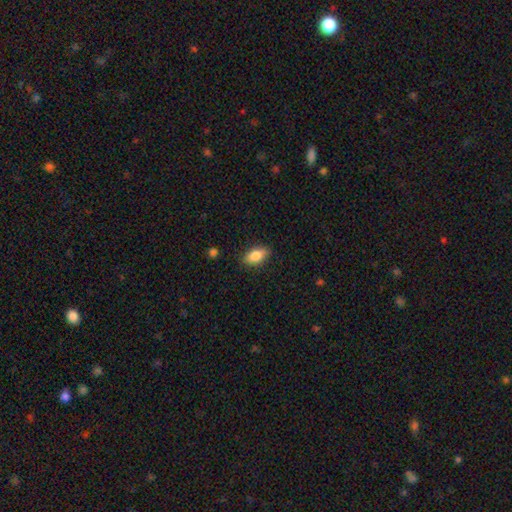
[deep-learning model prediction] This is clearly a smooth galaxy (83%). How rounded: clearly in between (88%). Merging: clearly none (86%).